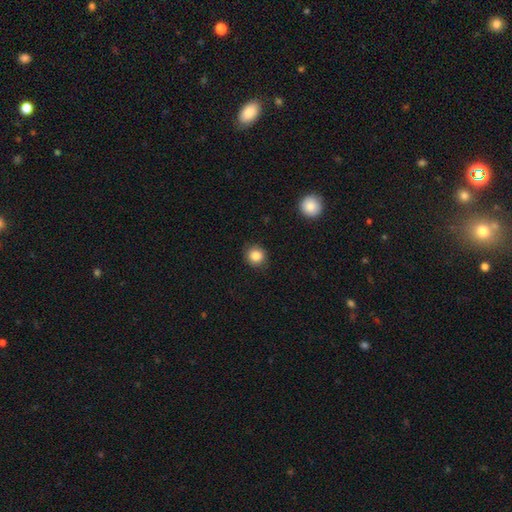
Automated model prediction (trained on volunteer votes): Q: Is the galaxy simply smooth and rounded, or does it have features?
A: smooth — 85%.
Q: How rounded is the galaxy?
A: round — 90%.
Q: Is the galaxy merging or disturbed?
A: none — 88%.